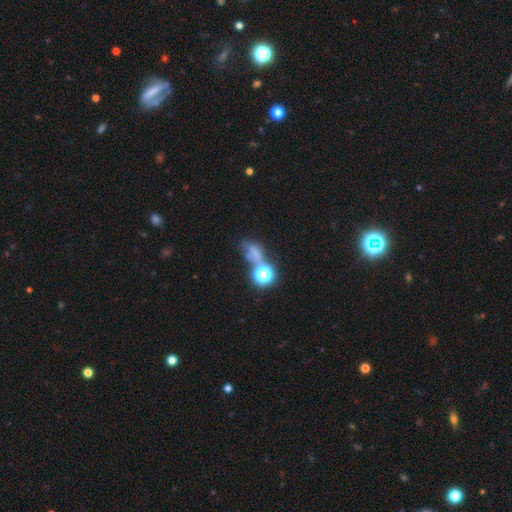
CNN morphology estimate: Smooth or featured?
  - smooth: 46% *
  - star or artifact: 35%
  - featured or disk: 20%
Merging?
  - none: 33% *
  - merger: 29%
  - major disturbance: 22%
  - minor disturbance: 16%